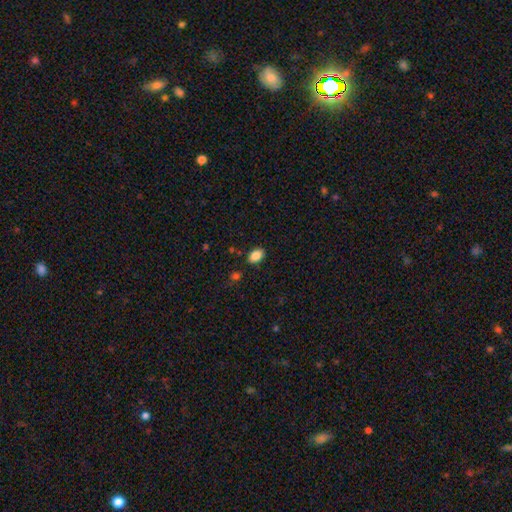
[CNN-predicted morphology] This is clearly a smooth galaxy (86%). How rounded: clearly in between (88%). Merging: clearly none (85%).